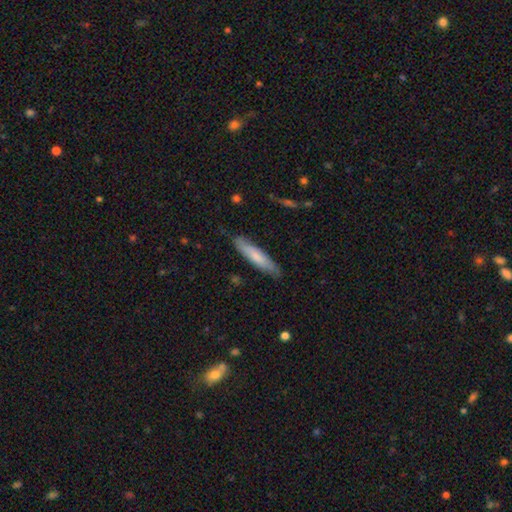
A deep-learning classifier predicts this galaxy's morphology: Smooth or featured?
  - smooth: 71% *
  - featured or disk: 24%
  - star or artifact: 5%
How rounded?
  - cigar-shaped: 85% *
  - in between: 14%
  - round: 1%
Merging?
  - none: 83% *
  - minor disturbance: 13%
  - major disturbance: 2%
  - merger: 1%